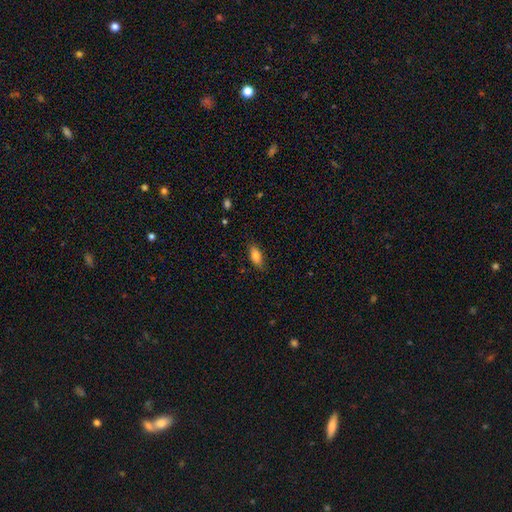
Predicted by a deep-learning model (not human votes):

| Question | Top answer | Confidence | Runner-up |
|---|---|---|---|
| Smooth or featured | smooth | 79% | featured or disk (13%) |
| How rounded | in between | 82% | cigar-shaped (16%) |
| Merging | none | 82% | minor disturbance (14%) |